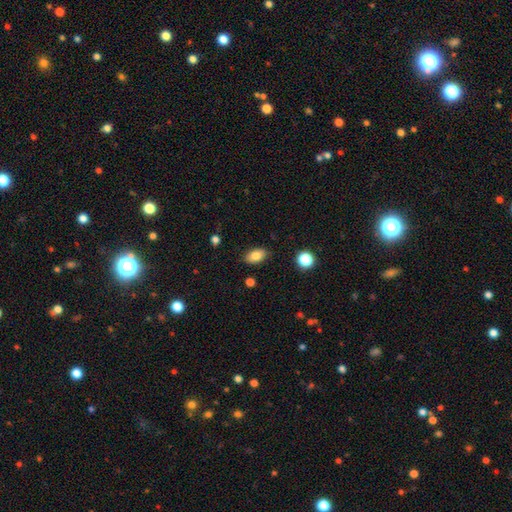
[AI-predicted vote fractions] Smooth or featured: smooth — 82% (featured or disk — 9%)
How rounded: in between — 90% (round — 8%)
Merging: none — 85% (minor disturbance — 11%)